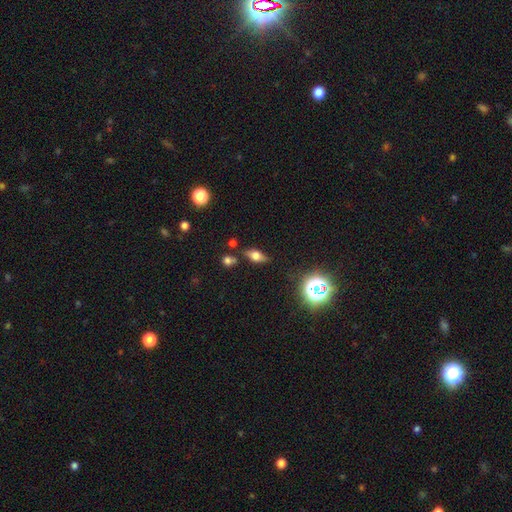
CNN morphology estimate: Smooth or featured: smooth — 49% (featured or disk — 36%)
Merging: none — 74% (minor disturbance — 16%)